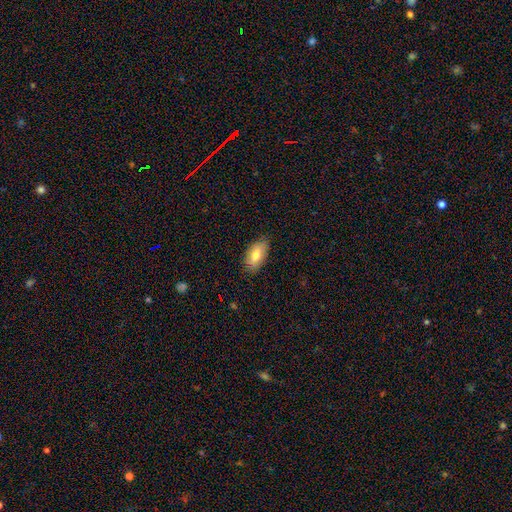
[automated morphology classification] smooth 75%, featured or disk 18%, star or artifact 7%. Down the decision tree: how rounded — in between (91%); merging — none (84%).